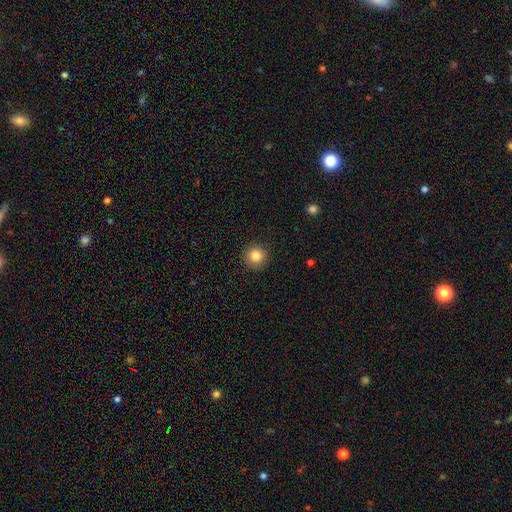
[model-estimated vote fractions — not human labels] smooth 84%, star or artifact 10%, featured or disk 5%. Down the decision tree: how rounded — round (95%); merging — none (90%).